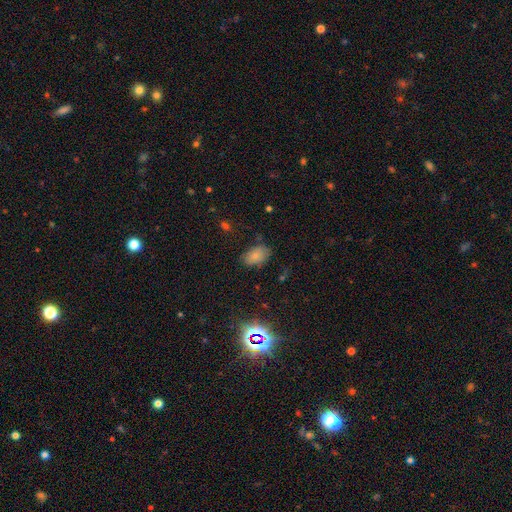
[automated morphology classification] Overall: smooth (76%). How rounded: in between (88%). Merging: none (76%).